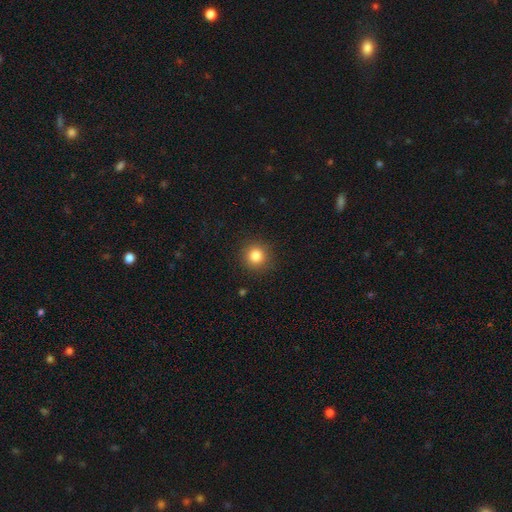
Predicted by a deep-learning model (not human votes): Smooth or featured: smooth — 83% (star or artifact — 12%)
How rounded: round — 93% (in between — 6%)
Merging: none — 90% (minor disturbance — 6%)